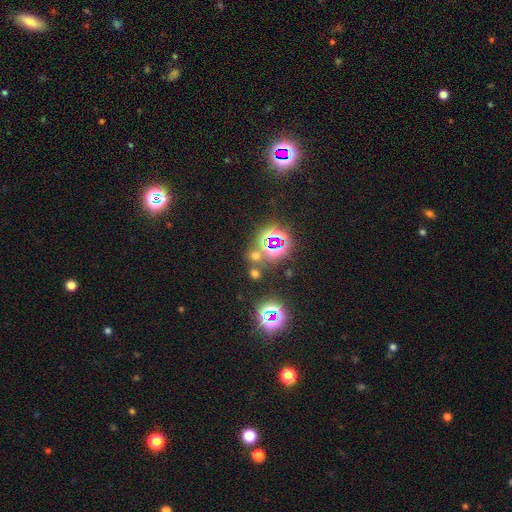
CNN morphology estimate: A star or artifact, not a galaxy (54%).